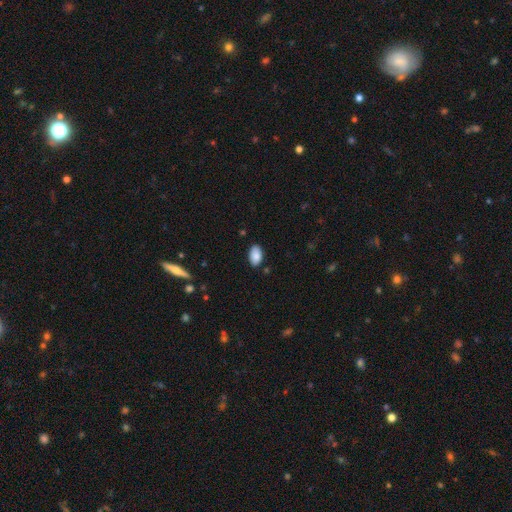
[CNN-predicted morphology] Smooth or featured: smooth — 87% (star or artifact — 7%)
How rounded: in between — 94% (round — 5%)
Merging: none — 85% (minor disturbance — 11%)